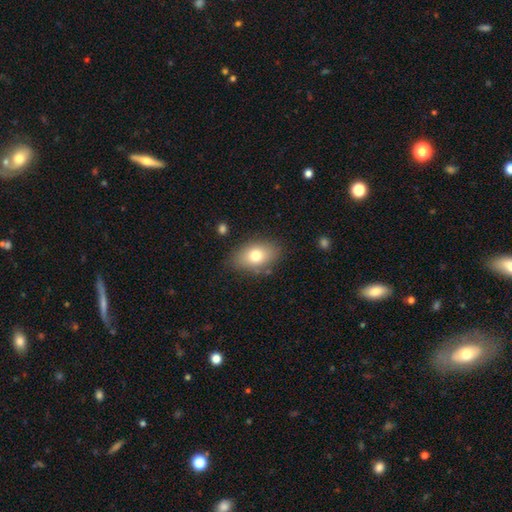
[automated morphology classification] Overall: smooth (76%). How rounded: in between (85%). Merging: none (80%).